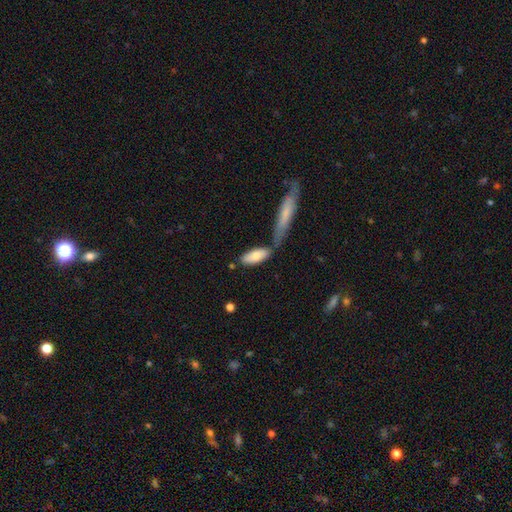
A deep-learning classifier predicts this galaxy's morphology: Smooth or featured? smooth (78%)
How rounded? in between (69%)
Merging? none (57%)